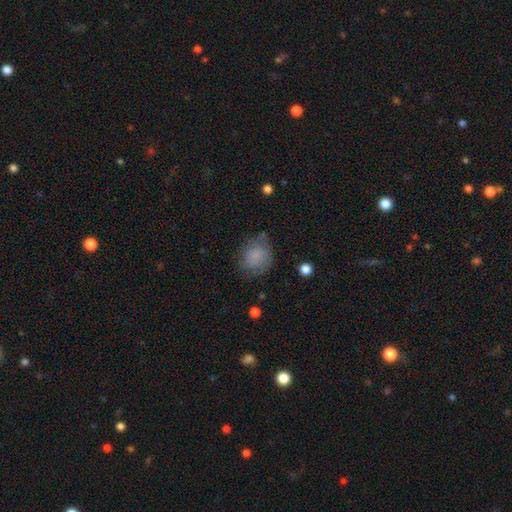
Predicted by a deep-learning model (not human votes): smooth-or-featured: smooth: 74% | featured or disk: 17% | star or artifact: 9%
  how-rounded: round: 63% | in between: 36% | cigar-shaped: 1%
  merging: none: 57% | minor disturbance: 29% | major disturbance: 12% | merger: 2%